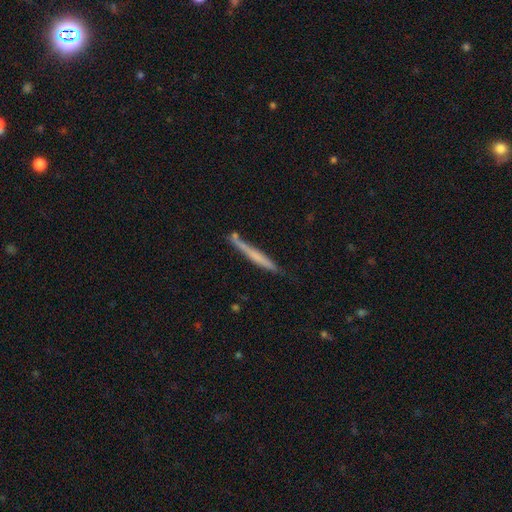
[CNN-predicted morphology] smooth_or_featured: smooth (p=0.52) [alt: featured or disk p=0.42]
how_rounded: cigar-shaped (p=0.96) [alt: in between p=0.02]
merging: none (p=0.73) [alt: minor disturbance p=0.16]